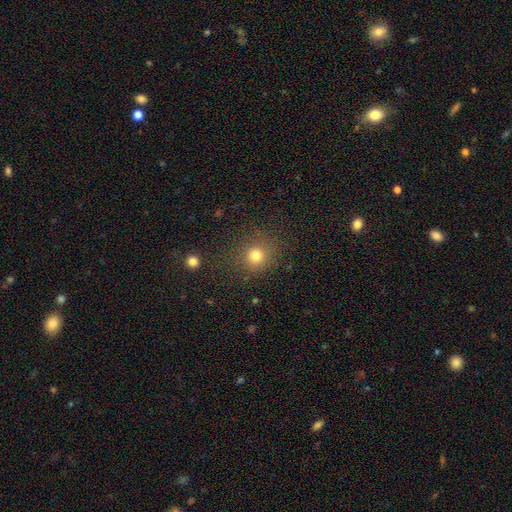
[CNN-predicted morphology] Smooth or featured?
  - smooth: 77% *
  - star or artifact: 16%
  - featured or disk: 7%
How rounded?
  - round: 88% *
  - in between: 11%
  - cigar-shaped: 1%
Merging?
  - none: 83% *
  - minor disturbance: 10%
  - major disturbance: 5%
  - merger: 2%